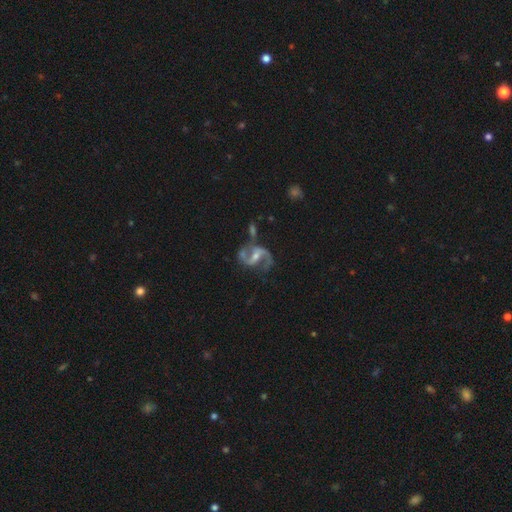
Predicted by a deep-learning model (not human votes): smooth-or-featured: featured or disk: 89% | star or artifact: 6% | smooth: 6%
  disk-edge-on: no: 98% | yes: 2%
    bar: weak: 44% | strong: 37% | no: 20%
    has-spiral-arms: yes: 96% | no: 4%
      spiral-winding: medium: 47% | loose: 43% | tight: 10%
      spiral-arm-count: 2: 91% | 1: 3% | can't tell: 2% | 3: 1% | 4: 1% | more than 4: 1%
    bulge-size: moderate: 48% | small: 45% | none: 4% | large: 3% | dominant: 1%
  merging: none: 54% | minor disturbance: 19% | merger: 13% | major disturbance: 13%